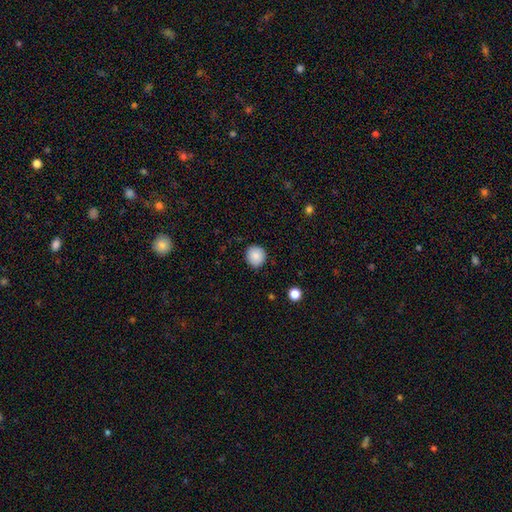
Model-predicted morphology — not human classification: smooth-or-featured: smooth: 86% | star or artifact: 8% | featured or disk: 6%
  how-rounded: round: 91% | in between: 8% | cigar-shaped: 1%
  merging: none: 88% | minor disturbance: 9% | major disturbance: 2% | merger: 1%